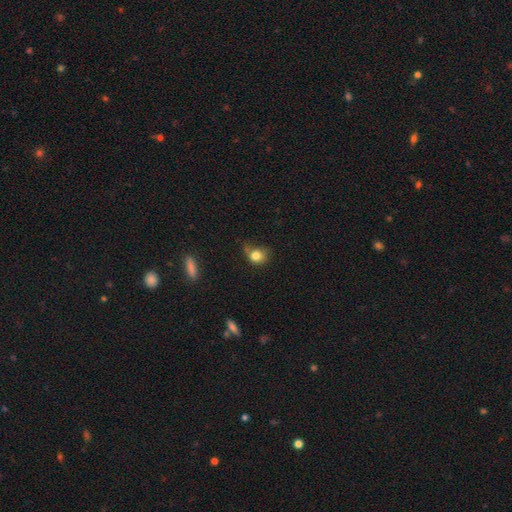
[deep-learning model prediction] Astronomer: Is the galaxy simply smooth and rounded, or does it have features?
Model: smooth — 79%.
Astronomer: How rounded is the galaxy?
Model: round — 61% (runner-up: in between, 37%).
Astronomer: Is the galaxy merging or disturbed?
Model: none — 39% (runner-up: minor disturbance, 35%).